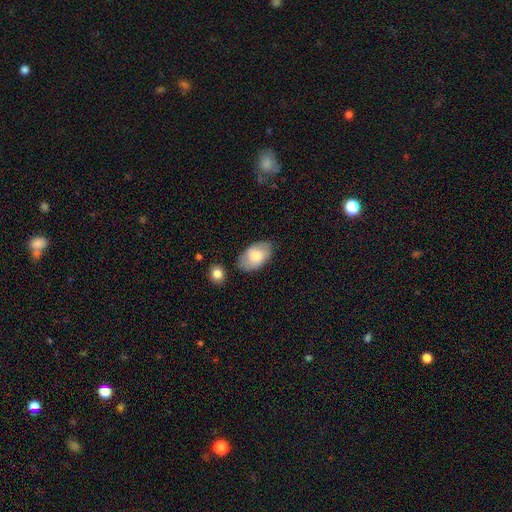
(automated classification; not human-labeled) Overall: smooth (73%). How rounded: in between (92%). Merging: none (74%).